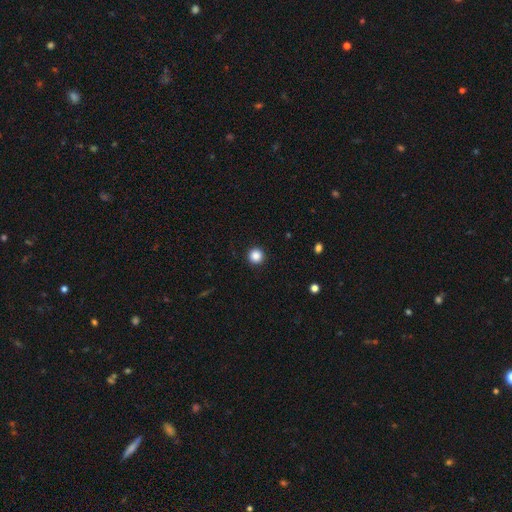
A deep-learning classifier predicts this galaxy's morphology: Overall: smooth (86%). How rounded: round (96%). Merging: none (93%).